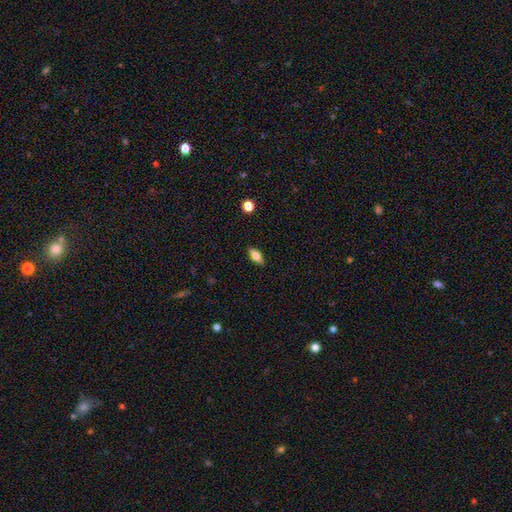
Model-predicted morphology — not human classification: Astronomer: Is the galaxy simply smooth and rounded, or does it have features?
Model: smooth — 67%.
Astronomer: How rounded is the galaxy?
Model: in between — 80%.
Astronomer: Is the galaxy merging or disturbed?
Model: none — 88%.